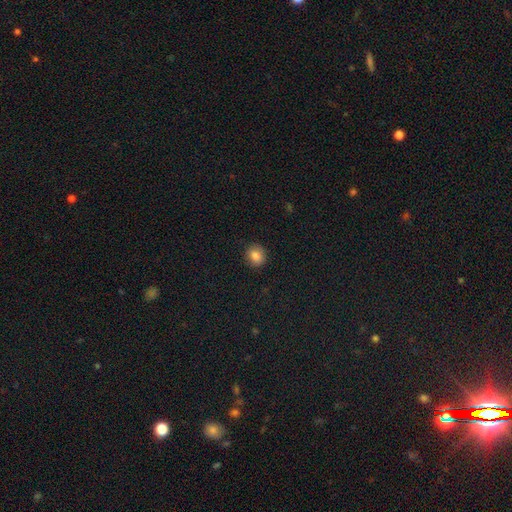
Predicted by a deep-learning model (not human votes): This appears to be a smooth galaxy with no disk features (84%) that is round (73%). Merging: none (87%).